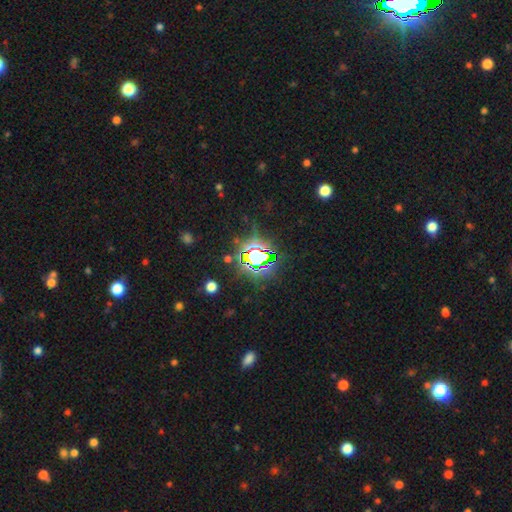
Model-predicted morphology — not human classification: A star or artifact, not a galaxy (75%).